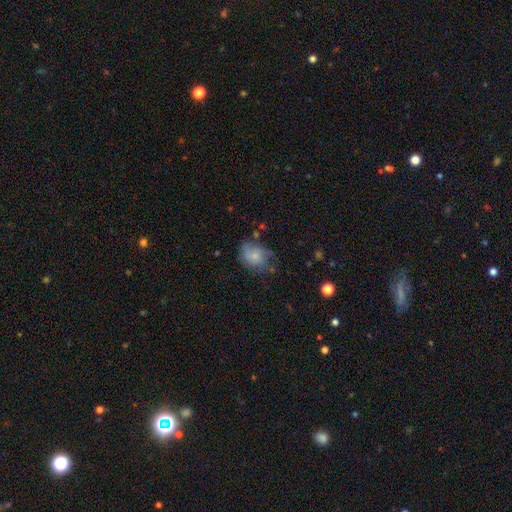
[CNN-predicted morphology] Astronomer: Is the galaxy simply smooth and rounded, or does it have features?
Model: smooth — 61%.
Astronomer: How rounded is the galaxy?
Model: in between — 53% (runner-up: round, 46%).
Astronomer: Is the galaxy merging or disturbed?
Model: none — 46% (runner-up: minor disturbance, 32%).